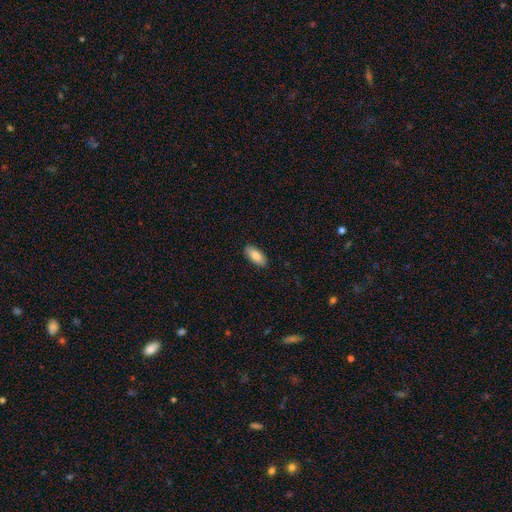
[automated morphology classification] Smooth or featured?
  - smooth: 85% *
  - featured or disk: 9%
  - star or artifact: 6%
How rounded?
  - in between: 87% *
  - cigar-shaped: 11%
  - round: 2%
Merging?
  - none: 89% *
  - minor disturbance: 8%
  - major disturbance: 2%
  - merger: 1%